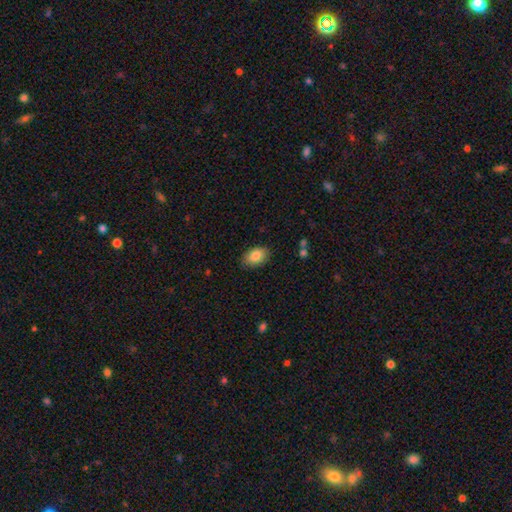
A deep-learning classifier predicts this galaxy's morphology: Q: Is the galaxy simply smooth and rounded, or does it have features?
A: smooth — 85%.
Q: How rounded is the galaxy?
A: in between — 89%.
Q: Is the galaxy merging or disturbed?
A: none — 82%.